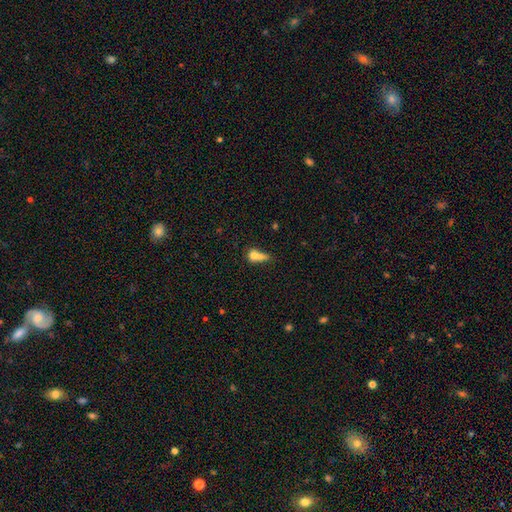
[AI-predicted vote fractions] Overall: smooth (68%). How rounded: in between (48%; round 37%). Merging: merger (49%; none 24%).